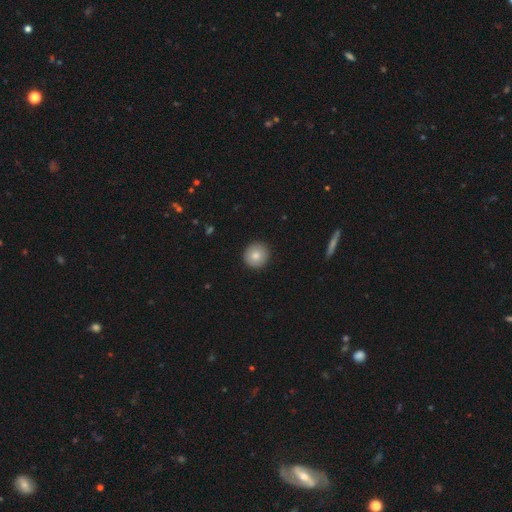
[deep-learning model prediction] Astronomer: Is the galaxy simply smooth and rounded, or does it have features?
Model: smooth — 82%.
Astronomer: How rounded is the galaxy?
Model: round — 94%.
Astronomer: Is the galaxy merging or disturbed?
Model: none — 92%.